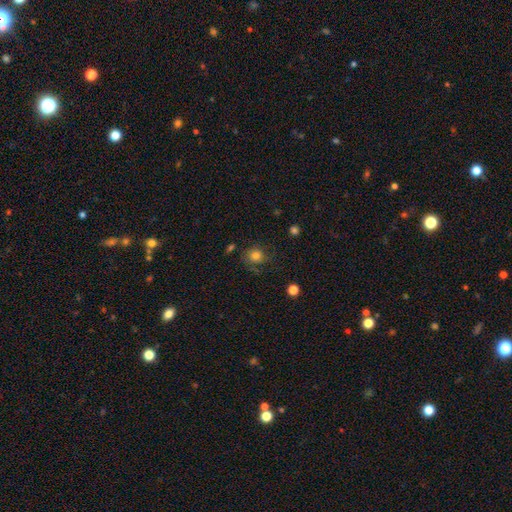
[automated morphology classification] A smooth galaxy with no disk features (72%) that is round (80%). Merging: none (66%).